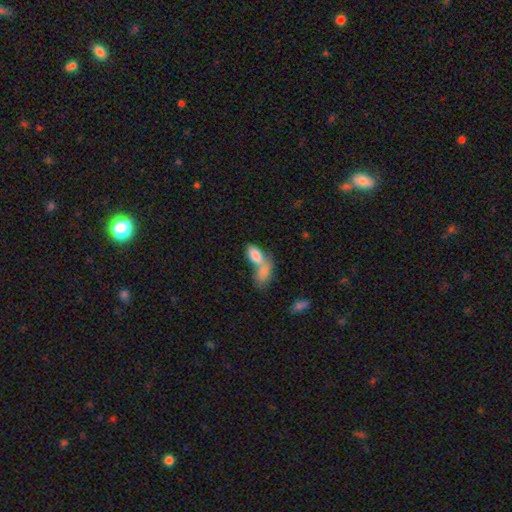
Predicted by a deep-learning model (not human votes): Smooth or featured? Predicted: smooth (p=0.83). How rounded? Predicted: in between (p=0.91). Merging? Predicted: merger (p=0.68).